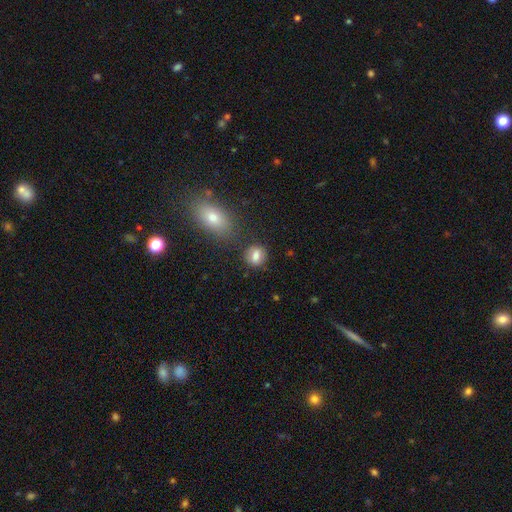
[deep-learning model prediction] smooth 81%, star or artifact 10%, featured or disk 9%. Down the decision tree: how rounded — round (69%); merging — none (78%).